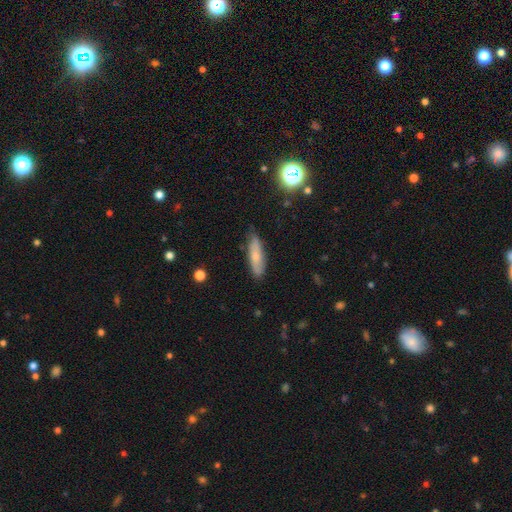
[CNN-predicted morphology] Smooth or featured?
  - smooth: 67% *
  - featured or disk: 26%
  - star or artifact: 8%
How rounded?
  - cigar-shaped: 60% *
  - in between: 37%
  - round: 3%
Merging?
  - none: 79% *
  - minor disturbance: 16%
  - major disturbance: 3%
  - merger: 1%